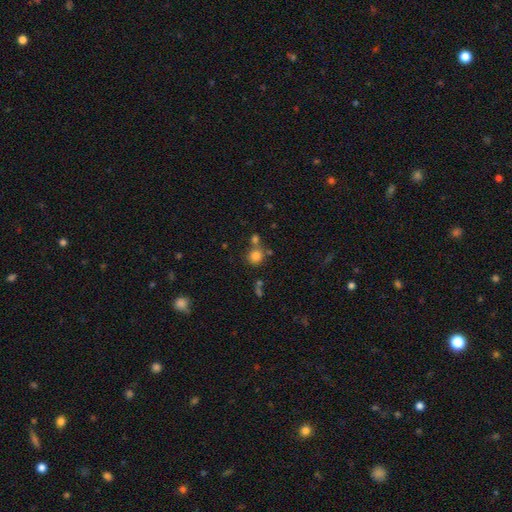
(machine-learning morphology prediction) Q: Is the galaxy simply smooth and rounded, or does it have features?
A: smooth — 80%.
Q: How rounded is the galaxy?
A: round — 88%.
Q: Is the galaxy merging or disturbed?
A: none — 63%.